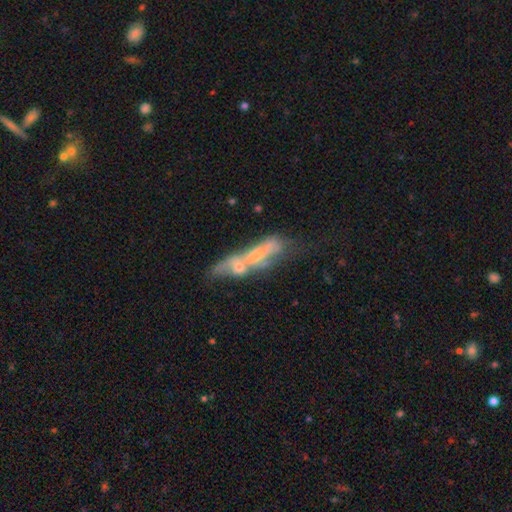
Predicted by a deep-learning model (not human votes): Smooth or featured? featured or disk (56%)
Edge-on disk? no (71%)
Merging? merger (54%)